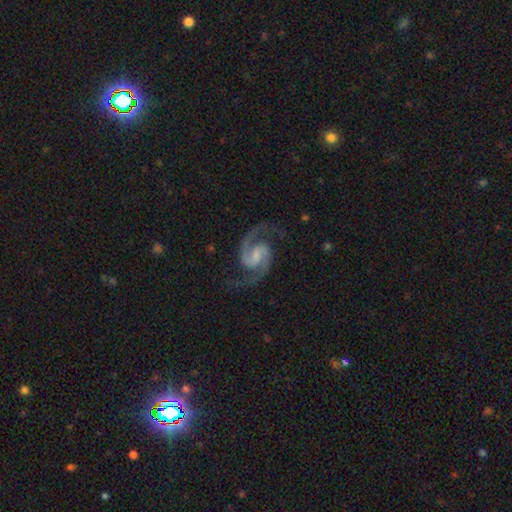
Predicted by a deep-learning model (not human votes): smooth-or-featured: featured or disk: 93% | star or artifact: 4% | smooth: 3%
  disk-edge-on: no: 98% | yes: 2%
    bar: weak: 51% | no: 31% | strong: 18%
    has-spiral-arms: yes: 99% | no: 1%
      spiral-winding: medium: 66% | loose: 20% | tight: 15%
      spiral-arm-count: 2: 95% | can't tell: 1% | 3: 1% | 1: 1% | 4: 1% | more than 4: 1%
    bulge-size: none: 35% | small: 32% | moderate: 26% | large: 6% | dominant: 1%
  merging: none: 80% | minor disturbance: 13% | major disturbance: 6% | merger: 1%